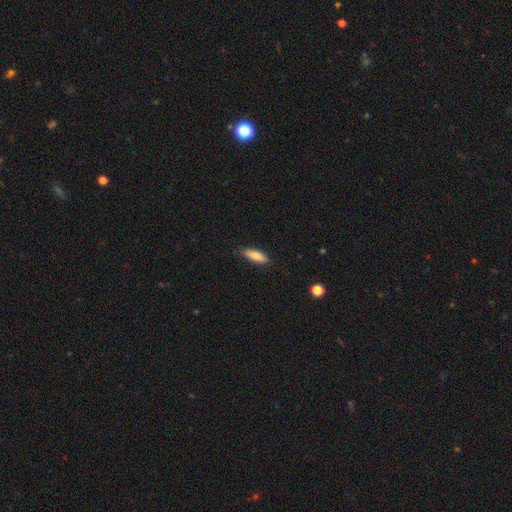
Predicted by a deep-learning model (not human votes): Smooth or featured? Predicted: smooth (p=0.81). How rounded? Predicted: in between (p=0.51). Merging? Predicted: none (p=0.83).